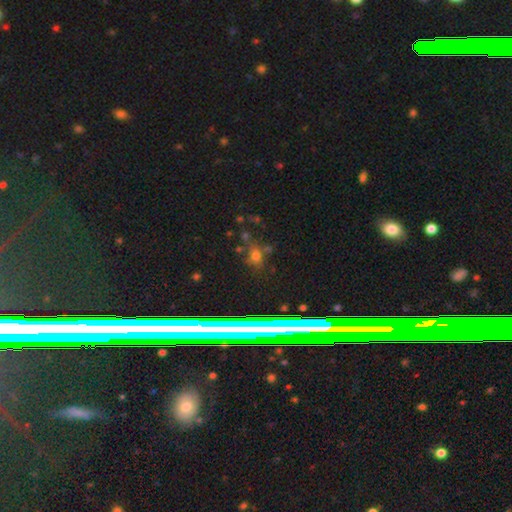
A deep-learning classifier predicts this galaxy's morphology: A smooth galaxy with no disk features (48%). Merging: none (65%).